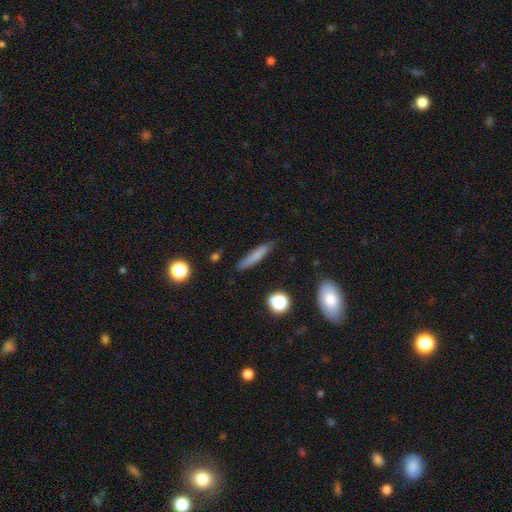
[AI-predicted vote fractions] This appears to be a smooth galaxy with no disk features (75%) that is cigar-shaped (87%). Merging: none (83%).